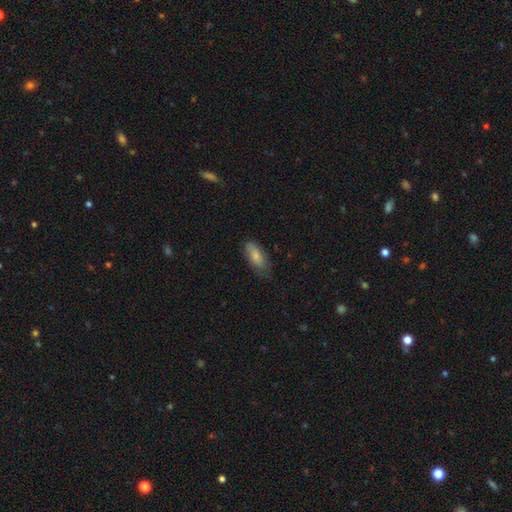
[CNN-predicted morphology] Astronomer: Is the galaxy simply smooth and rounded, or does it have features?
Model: smooth — 80%.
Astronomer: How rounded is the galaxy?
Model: in between — 81%.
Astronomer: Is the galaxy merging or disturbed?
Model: none — 67%.